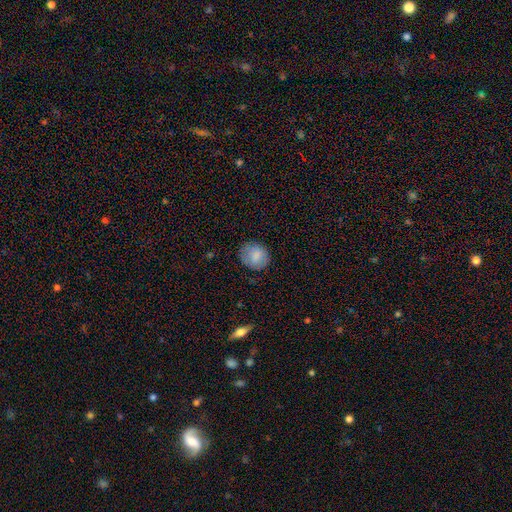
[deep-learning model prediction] Morphology: type=smooth (84%); roundness=round (77%); merging=none (80%).